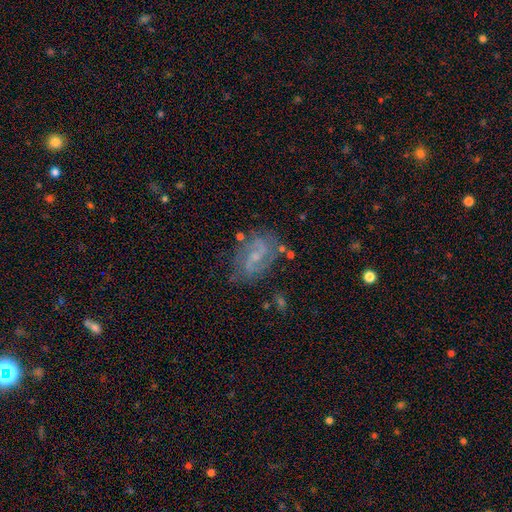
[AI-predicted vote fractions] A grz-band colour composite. It shows a featured or disk galaxy (82%) with a weak bar (54%), 2 (84%) medium (53%) spiral arms (95%) and a small central bulge (63%). Merging: none (73%).